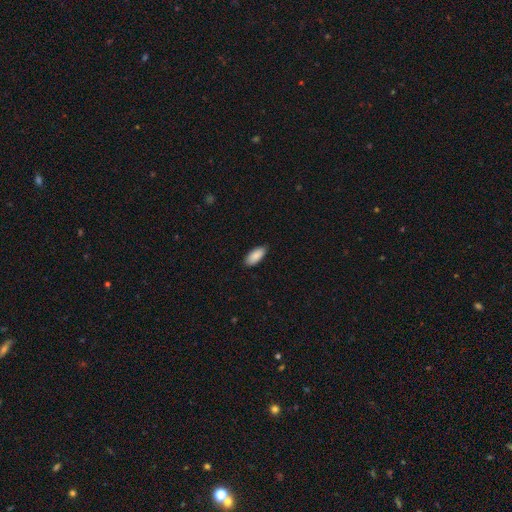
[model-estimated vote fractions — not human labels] smooth_or_featured: smooth (p=0.90) [alt: star or artifact p=0.06]
how_rounded: in between (p=0.90) [alt: cigar-shaped p=0.09]
merging: none (p=0.87) [alt: minor disturbance p=0.11]